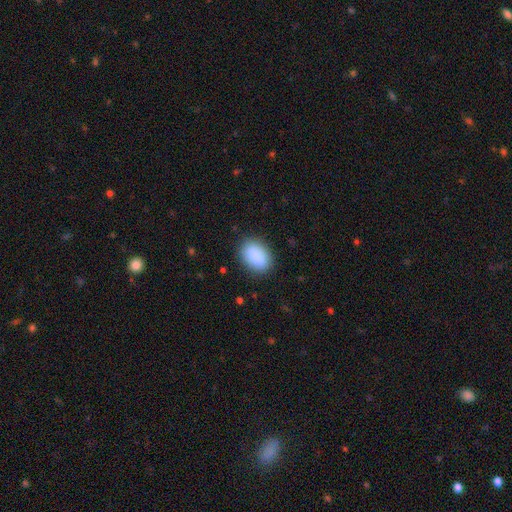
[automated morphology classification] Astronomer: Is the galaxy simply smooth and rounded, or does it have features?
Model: smooth — 89%.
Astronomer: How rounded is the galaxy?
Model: in between — 81%.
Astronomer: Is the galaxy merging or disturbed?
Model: none — 85%.